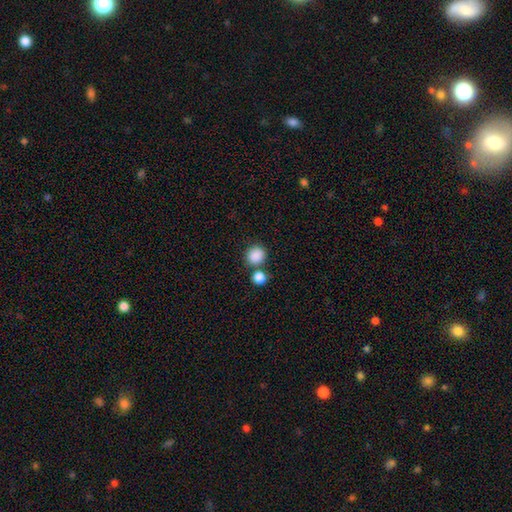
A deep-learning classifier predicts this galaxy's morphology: Smooth or featured?
  - smooth: 87% *
  - star or artifact: 9%
  - featured or disk: 3%
How rounded?
  - round: 86% *
  - in between: 14%
  - cigar-shaped: 1%
Merging?
  - none: 70% *
  - merger: 18%
  - minor disturbance: 9%
  - major disturbance: 3%